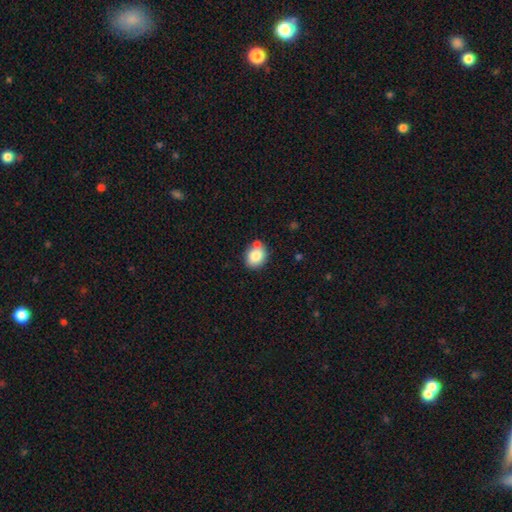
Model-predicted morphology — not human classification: Q: Smooth or featured?
A: smooth (83%); runner-up: star or artifact (9%)
Q: How rounded?
A: round (53%); runner-up: in between (46%)
Q: Merging?
A: none (63%); runner-up: minor disturbance (19%)